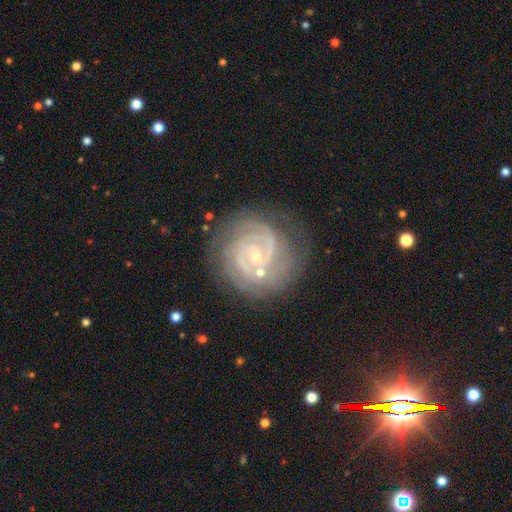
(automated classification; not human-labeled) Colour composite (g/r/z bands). It shows a featured or disk galaxy (88%) with no bar (61%), 2 (41%) tight (76%) spiral arms (98%) and a small central bulge (82%). Merging: none (74%).